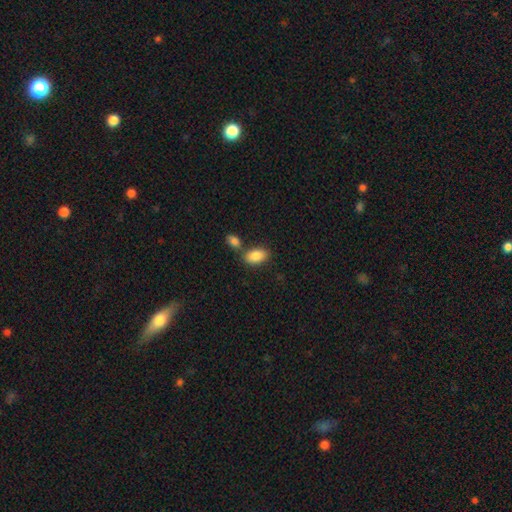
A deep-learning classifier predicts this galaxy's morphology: A smooth galaxy with no disk features (87%) that is in between round and cigar-shaped (93%).

Vote fractions:
- Smooth or featured? smooth: 87% / star or artifact: 7% / featured or disk: 6%
- How rounded? in between: 93% / round: 5% / cigar-shaped: 2%
- Merging? none: 63% / merger: 23% / minor disturbance: 11% / major disturbance: 3%